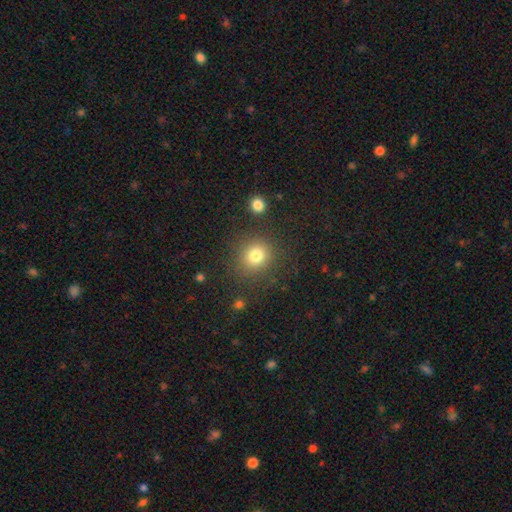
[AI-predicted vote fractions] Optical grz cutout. It shows a smooth galaxy with no disk features (79%) that is round (84%). Merging: none (83%).